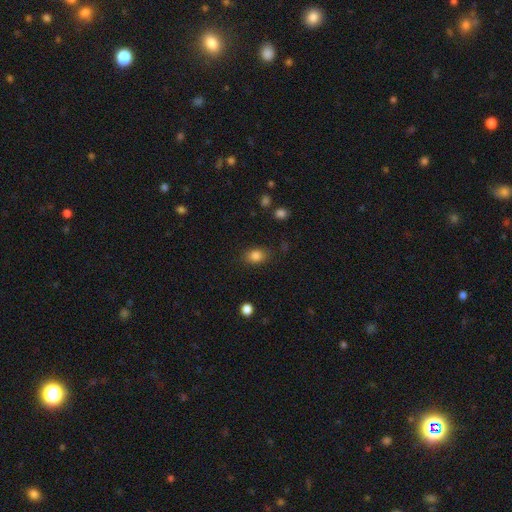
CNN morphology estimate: type=smooth (84%); roundness=in between (67%); merging=none (80%).